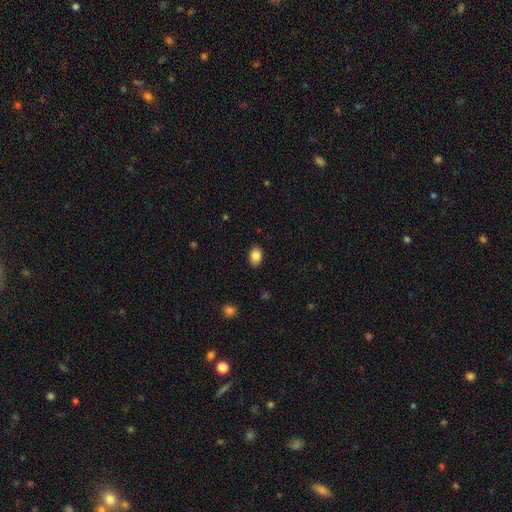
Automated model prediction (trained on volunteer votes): A smooth galaxy with no disk features (87%) that is in between round and cigar-shaped (81%). Merging: none (88%).